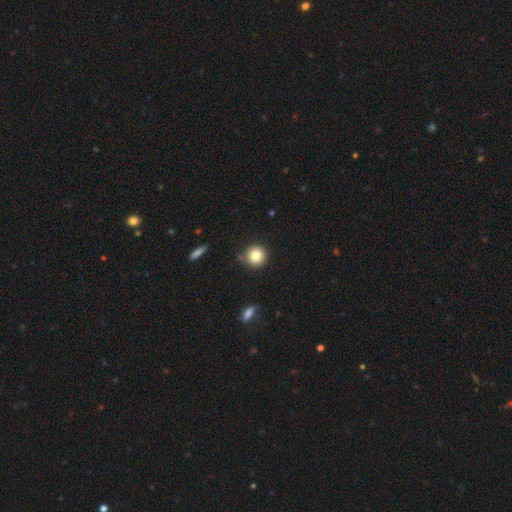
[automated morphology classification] The model was most divided on "smooth or featured": smooth: 80%, star or artifact: 11%, featured or disk: 9%. More confident: how rounded — round (94%); merging — none (83%).